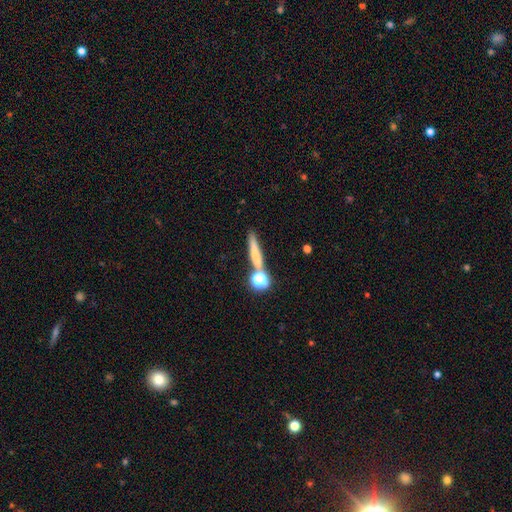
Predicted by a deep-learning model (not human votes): smooth-or-featured: smooth: 64% | featured or disk: 21% | star or artifact: 15%
  how-rounded: cigar-shaped: 74% | round: 14% | in between: 11%
  merging: none: 68% | merger: 17% | minor disturbance: 10% | major disturbance: 5%